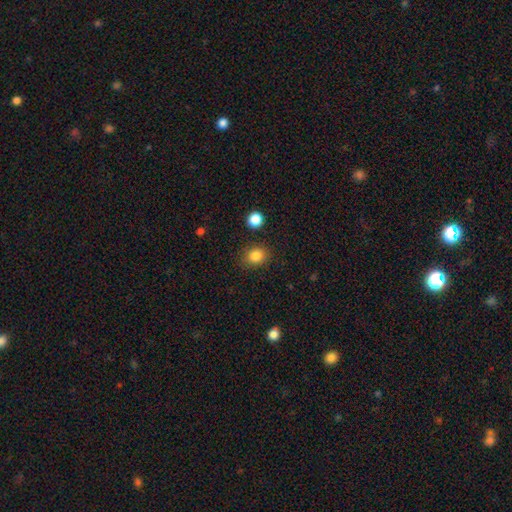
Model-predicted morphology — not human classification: Q: Smooth or featured?
A: smooth (85%); runner-up: star or artifact (10%)
Q: How rounded?
A: round (62%); runner-up: in between (37%)
Q: Merging?
A: none (84%); runner-up: minor disturbance (10%)